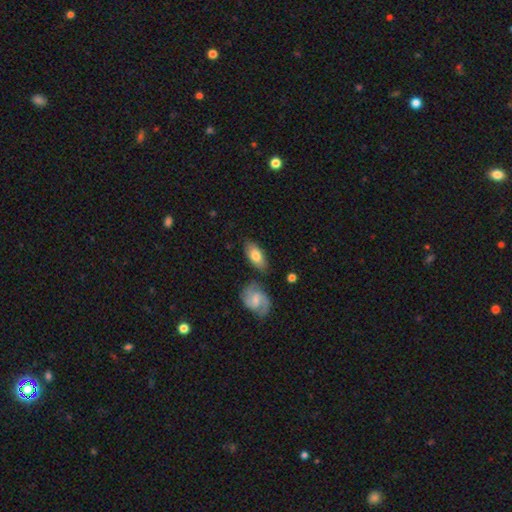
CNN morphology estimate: smooth 68%, featured or disk 26%, star or artifact 6%. Down the decision tree: how rounded — in between (88%); merging — none (73%).